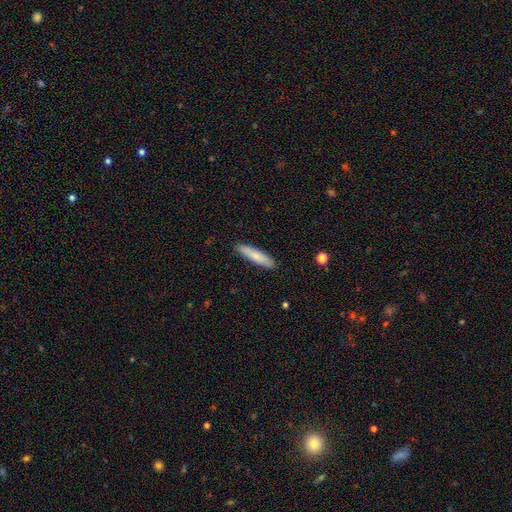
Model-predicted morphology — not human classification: Smooth or featured? Predicted: smooth (p=0.77). How rounded? Predicted: cigar-shaped (p=0.84). Merging? Predicted: none (p=0.89).